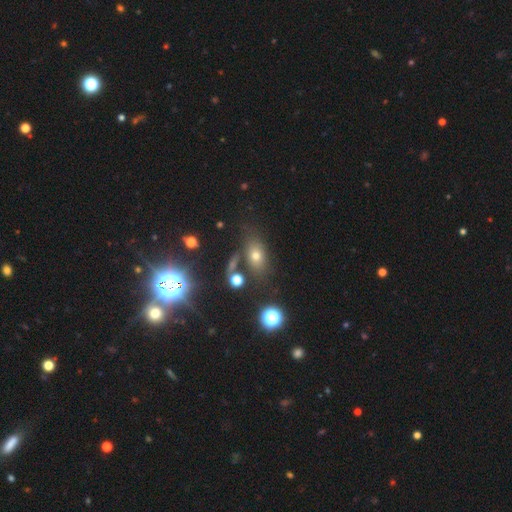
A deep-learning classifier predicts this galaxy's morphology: Smooth or featured? smooth (63%)
How rounded? in between (75%)
Merging? none (62%)